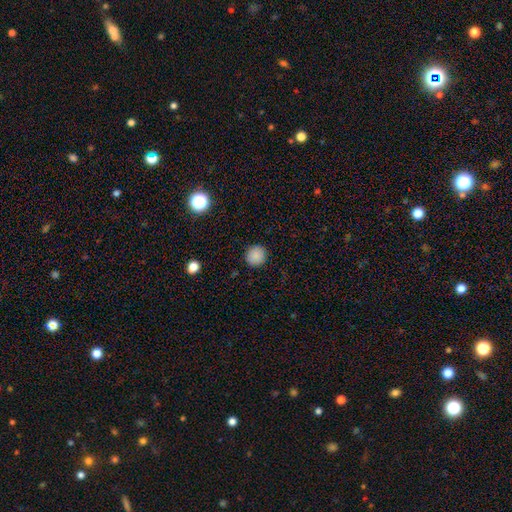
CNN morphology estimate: Smooth or featured?
  - smooth: 87% *
  - star or artifact: 10%
  - featured or disk: 3%
How rounded?
  - round: 92% *
  - in between: 7%
  - cigar-shaped: 1%
Merging?
  - none: 91% *
  - minor disturbance: 6%
  - major disturbance: 2%
  - merger: 1%